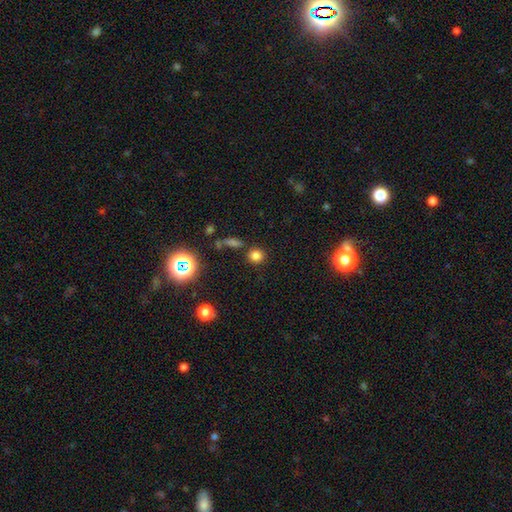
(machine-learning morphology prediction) Overall: smooth (77%). How rounded: round (87%). Merging: none (79%).